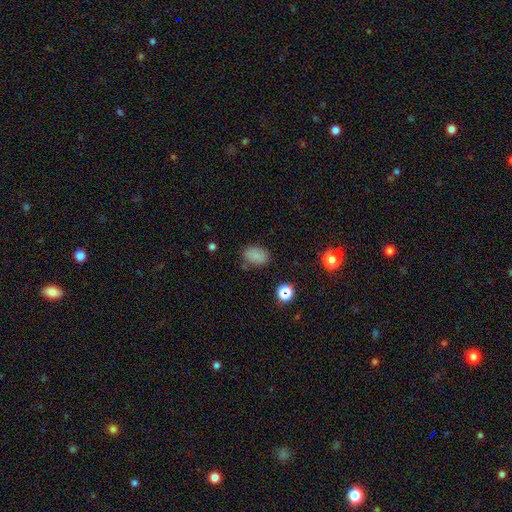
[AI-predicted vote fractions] Overall: smooth (80%). How rounded: in between (83%). Merging: none (77%).